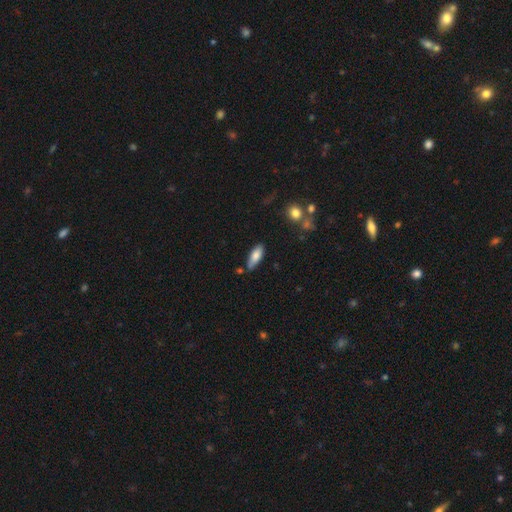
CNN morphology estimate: Smooth or featured: smooth — 79% (featured or disk — 14%)
How rounded: in between — 74% (cigar-shaped — 25%)
Merging: none — 69% (minor disturbance — 21%)